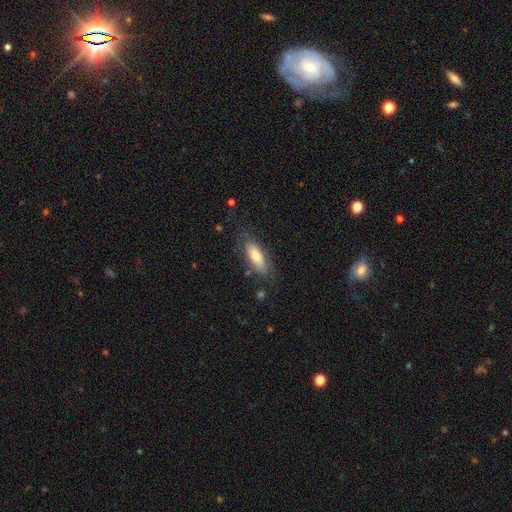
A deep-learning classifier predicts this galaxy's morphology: smooth 72%, featured or disk 22%, star or artifact 6%. Down the decision tree: how rounded — in between (71%); merging — none (72%).